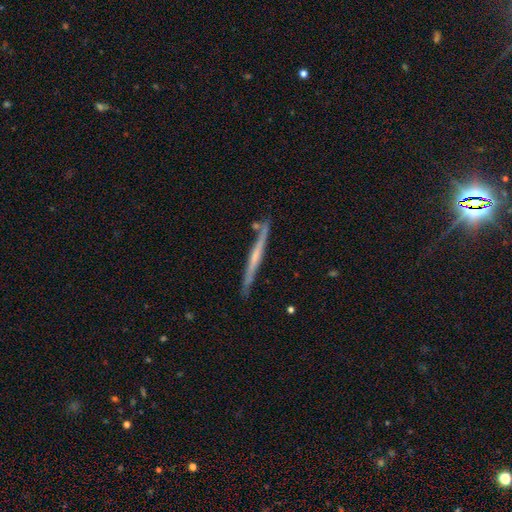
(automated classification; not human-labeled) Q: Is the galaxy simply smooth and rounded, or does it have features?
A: featured or disk — 68%.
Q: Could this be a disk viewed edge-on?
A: yes — 97%.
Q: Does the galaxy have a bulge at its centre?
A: none — 56%.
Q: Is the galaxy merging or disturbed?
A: none — 84%.